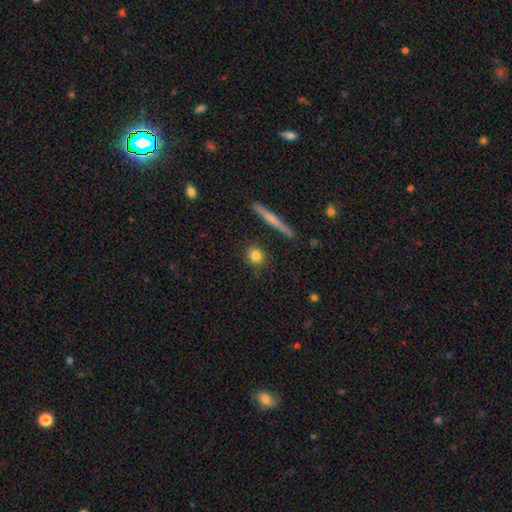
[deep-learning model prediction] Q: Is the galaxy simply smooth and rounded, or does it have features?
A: smooth — 81%.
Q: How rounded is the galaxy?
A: round — 79%.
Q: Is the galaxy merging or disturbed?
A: none — 86%.